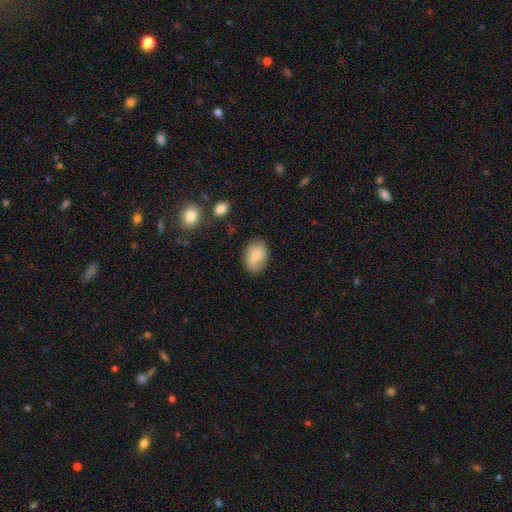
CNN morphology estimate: A smooth galaxy with no disk features (75%) that is in between round and cigar-shaped (82%).

Vote fractions:
- Smooth or featured? smooth: 75% / featured or disk: 17% / star or artifact: 7%
- How rounded? in between: 82% / round: 16% / cigar-shaped: 1%
- Merging? none: 79% / minor disturbance: 15% / major disturbance: 4% / merger: 2%